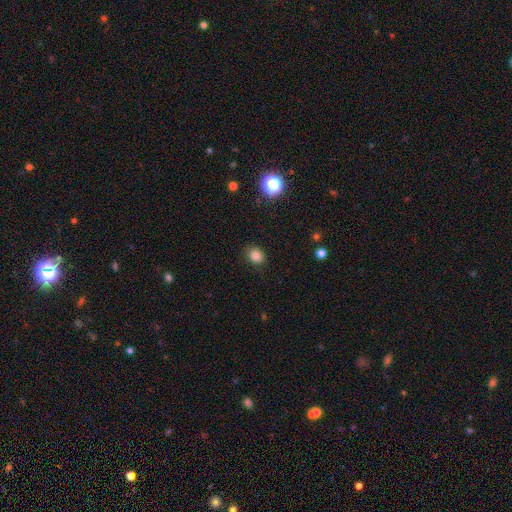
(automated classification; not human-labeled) smooth 82%, star or artifact 12%, featured or disk 6%. Down the decision tree: how rounded — round (61%); merging — none (86%).